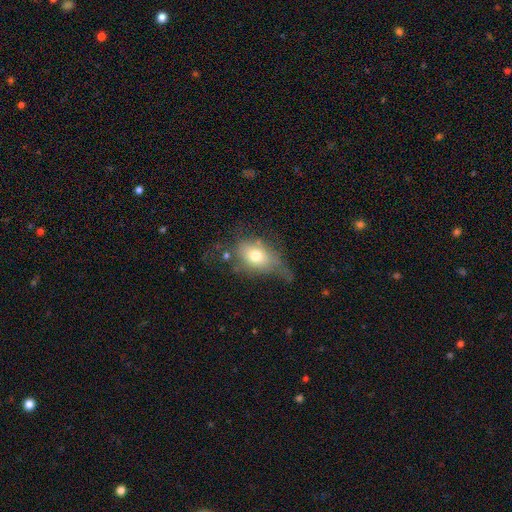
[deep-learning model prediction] Q: Smooth or featured?
A: smooth (67%); runner-up: featured or disk (24%)
Q: How rounded?
A: in between (74%); runner-up: round (23%)
Q: Merging?
A: none (34%); runner-up: minor disturbance (31%)